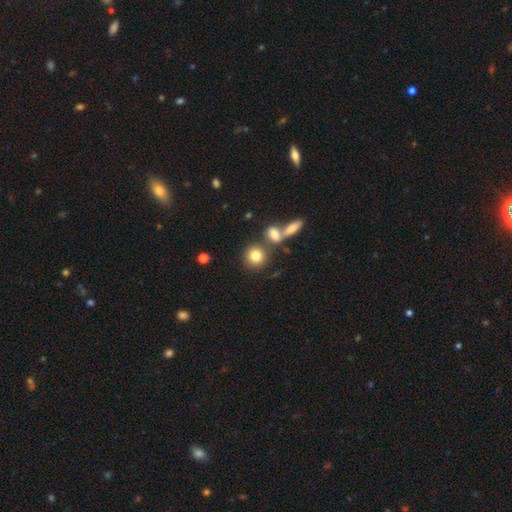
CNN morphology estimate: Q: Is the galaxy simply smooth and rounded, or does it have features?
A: smooth — 80%.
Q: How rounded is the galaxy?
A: round — 84%.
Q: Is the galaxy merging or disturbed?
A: none — 66%.